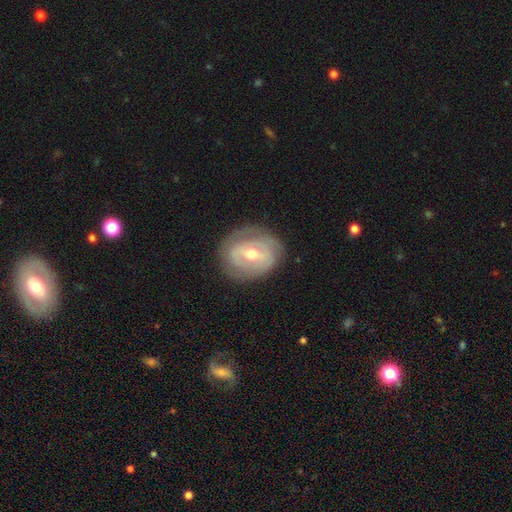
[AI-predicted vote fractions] smooth-or-featured: featured or disk: 70% | smooth: 21% | star or artifact: 8%
  disk-edge-on: no: 95% | yes: 5%
    bar: weak: 44% | strong: 34% | no: 22%
    has-spiral-arms: yes: 72% | no: 28%
    bulge-size: moderate: 57% | small: 39% | large: 2% | none: 1% | dominant: 1%
  merging: none: 78% | minor disturbance: 15% | major disturbance: 6% | merger: 1%